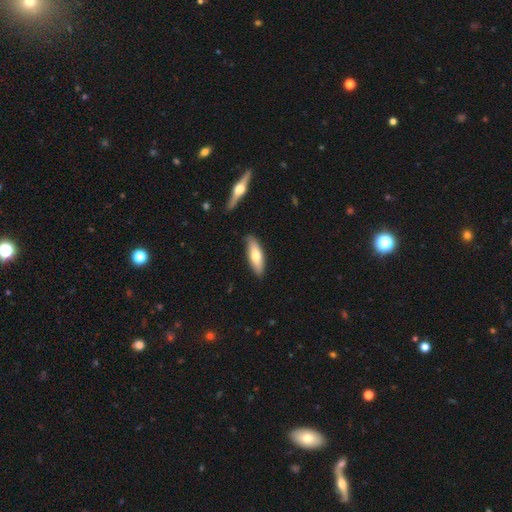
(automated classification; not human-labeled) smooth_or_featured: smooth (p=0.65) [alt: featured or disk p=0.29]
how_rounded: in between (p=0.52) [alt: cigar-shaped p=0.46]
merging: none (p=0.82) [alt: minor disturbance p=0.14]